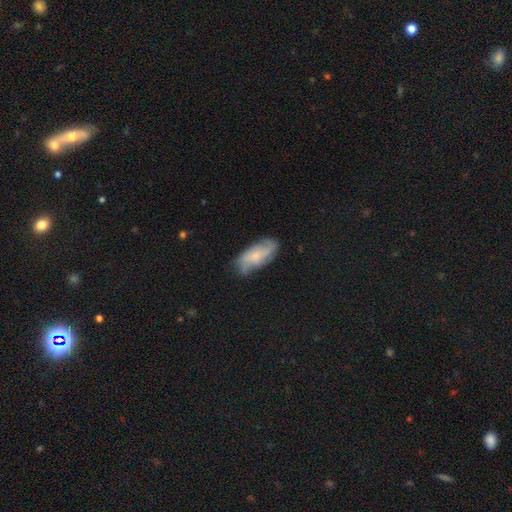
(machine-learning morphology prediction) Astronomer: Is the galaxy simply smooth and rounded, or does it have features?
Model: featured or disk — 53% (runner-up: smooth, 39%).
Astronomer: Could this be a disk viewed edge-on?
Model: no — 91%.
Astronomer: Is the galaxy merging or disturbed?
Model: none — 69%.